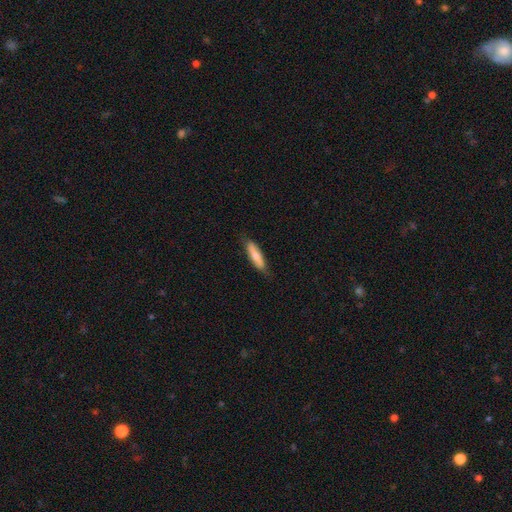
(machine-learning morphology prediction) Overall: smooth (69%). How rounded: cigar-shaped (68%; in between 30%). Merging: none (80%).